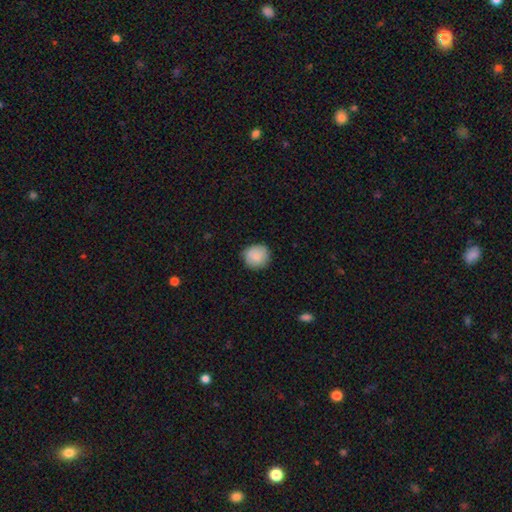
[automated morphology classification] smooth 86%, star or artifact 8%, featured or disk 7%. Down the decision tree: how rounded — round (90%); merging — none (83%).